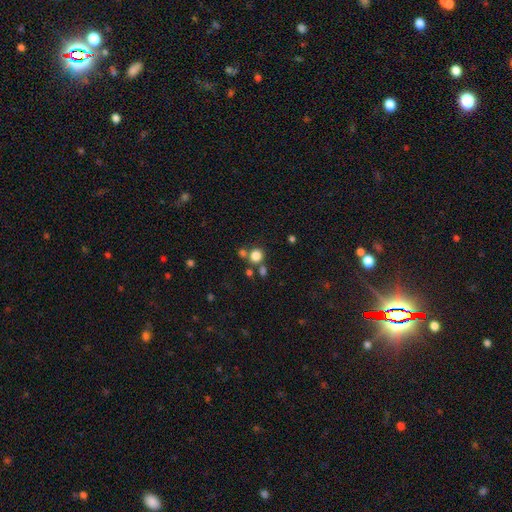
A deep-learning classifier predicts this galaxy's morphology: A smooth galaxy with no disk features (80%) that is round (87%).

Vote fractions:
- Smooth or featured? smooth: 80% / star or artifact: 14% / featured or disk: 6%
- How rounded? round: 87% / in between: 12% / cigar-shaped: 1%
- Merging? none: 68% / merger: 20% / minor disturbance: 8% / major disturbance: 4%